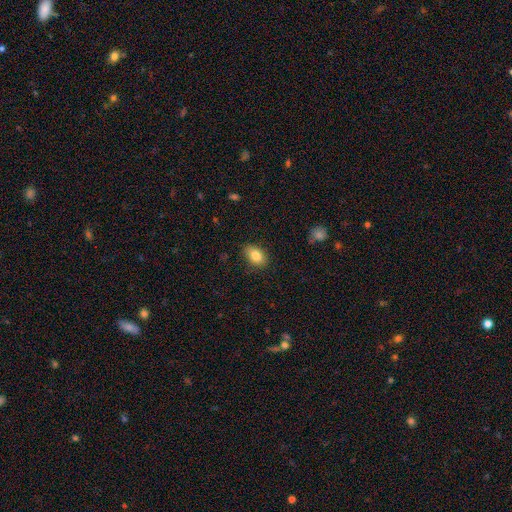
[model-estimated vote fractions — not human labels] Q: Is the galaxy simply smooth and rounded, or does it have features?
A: smooth — 84%.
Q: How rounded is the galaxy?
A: in between — 85%.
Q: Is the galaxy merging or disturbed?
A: none — 84%.